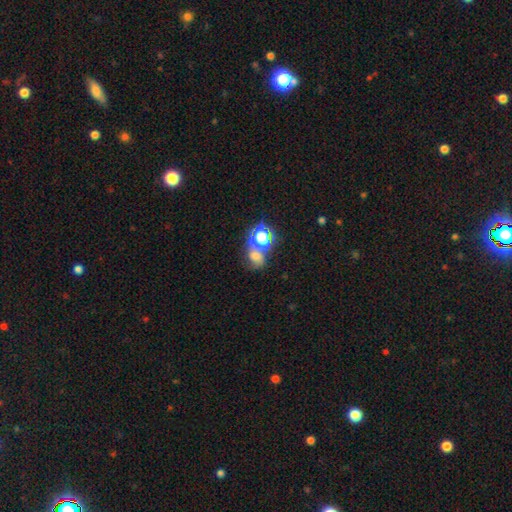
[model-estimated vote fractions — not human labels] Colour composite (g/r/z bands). It shows a smooth galaxy with no disk features (56%) that is round (59%). Merging: merger (41%).